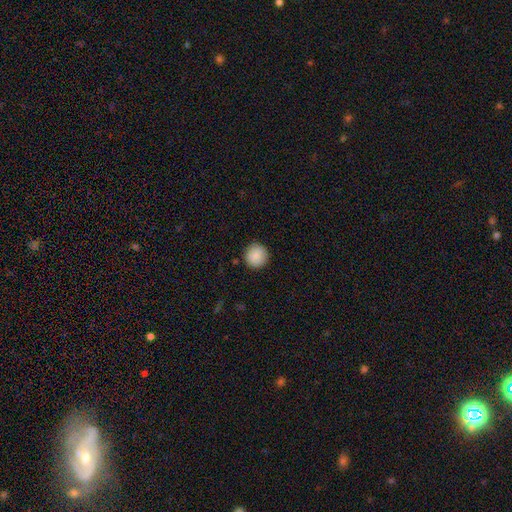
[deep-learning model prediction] smooth-or-featured: smooth: 89% | star or artifact: 7% | featured or disk: 4%
  how-rounded: round: 95% | in between: 4% | cigar-shaped: 1%
  merging: none: 90% | minor disturbance: 7% | major disturbance: 2% | merger: 1%